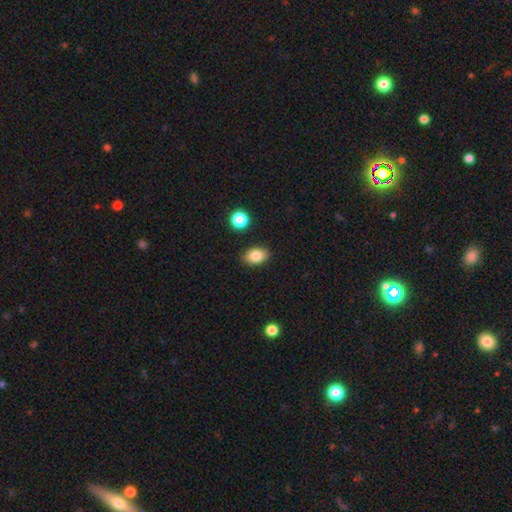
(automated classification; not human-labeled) Q: Smooth or featured?
A: smooth (84%); runner-up: star or artifact (9%)
Q: How rounded?
A: in between (85%); runner-up: round (14%)
Q: Merging?
A: none (87%); runner-up: minor disturbance (9%)